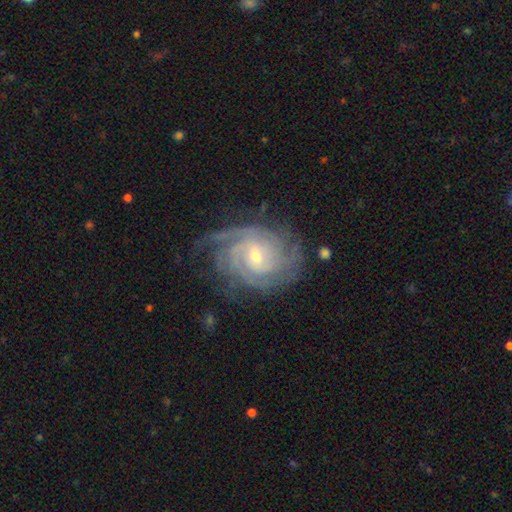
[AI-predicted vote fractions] smooth_or_featured: featured or disk (p=0.90) [alt: star or artifact p=0.05]
disk_edge_on: no (p=0.97) [alt: yes p=0.03]
bar: no (p=0.52) [alt: weak p=0.37]
has_spiral_arms: yes (p=0.98) [alt: no p=0.02]
spiral_winding: tight (p=0.75) [alt: medium p=0.22]
spiral_arm_count: 4 (p=0.28) [alt: can't tell p=0.21]
bulge_size: small (p=0.61) [alt: moderate p=0.36]
merging: none (p=0.74) [alt: minor disturbance p=0.18]